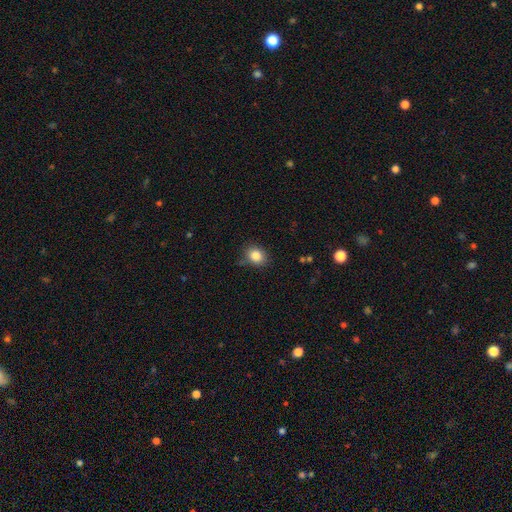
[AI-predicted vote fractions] Q: Smooth or featured?
A: smooth (86%); runner-up: star or artifact (9%)
Q: How rounded?
A: round (53%); runner-up: in between (46%)
Q: Merging?
A: none (80%); runner-up: minor disturbance (14%)